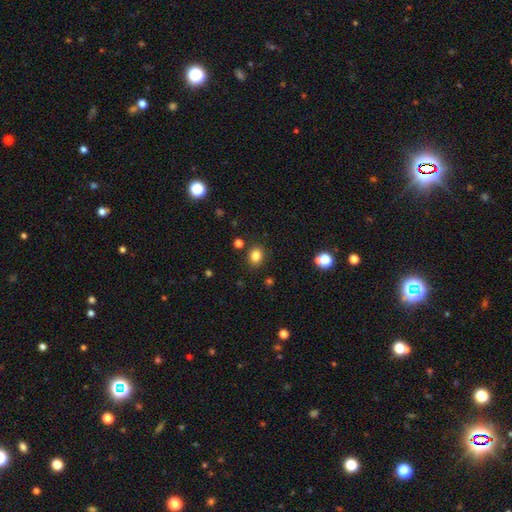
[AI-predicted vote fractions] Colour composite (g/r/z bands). It shows a smooth galaxy with no disk features (83%) that is round (61%). Merging: none (85%).